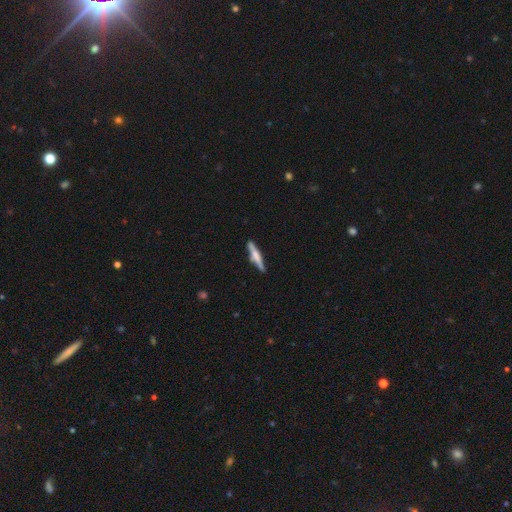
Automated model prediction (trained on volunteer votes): smooth_or_featured: featured or disk (p=0.49) [alt: smooth p=0.44]
merging: none (p=0.79) [alt: minor disturbance p=0.14]